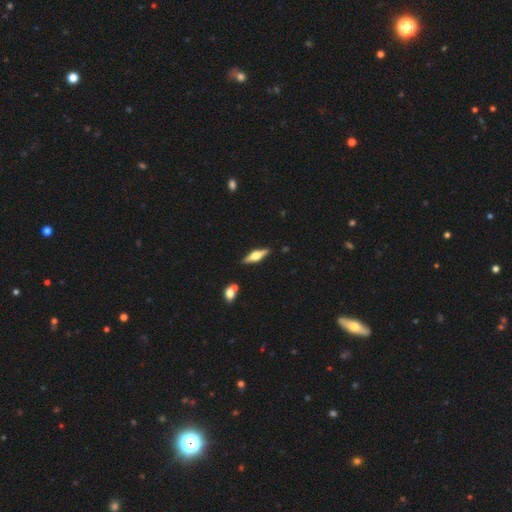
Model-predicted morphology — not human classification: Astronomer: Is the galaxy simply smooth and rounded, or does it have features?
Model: featured or disk — 68%.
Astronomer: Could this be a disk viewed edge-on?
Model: yes — 97%.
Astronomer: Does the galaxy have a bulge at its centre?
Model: rounded — 92%.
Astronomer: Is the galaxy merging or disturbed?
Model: none — 87%.